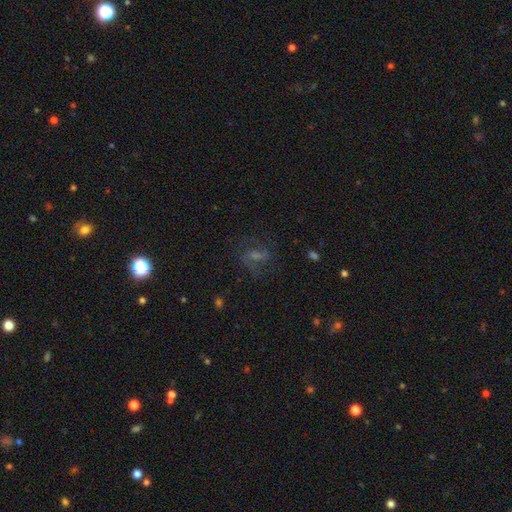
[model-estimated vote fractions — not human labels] A featured or disk galaxy (48%). Merging: none (66%).